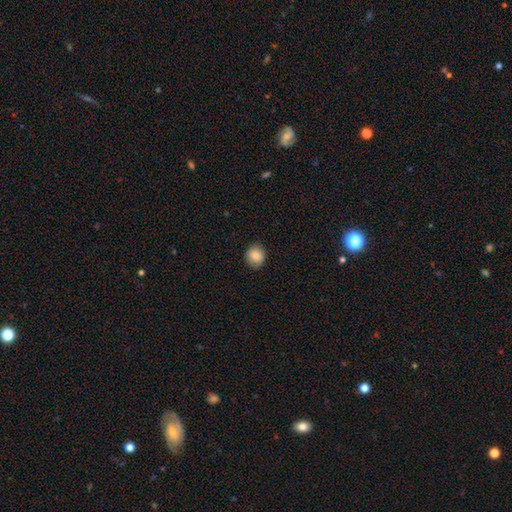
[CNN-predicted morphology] This is clearly a smooth galaxy (85%). How rounded: likely round (78%). Merging: clearly none (86%).